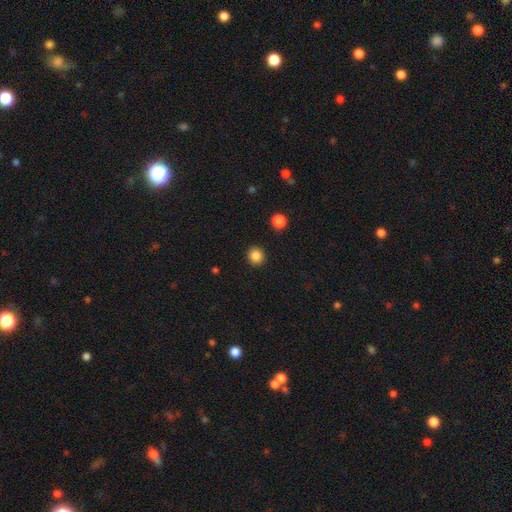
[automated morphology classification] Overall: smooth (86%). How rounded: round (92%). Merging: none (92%).